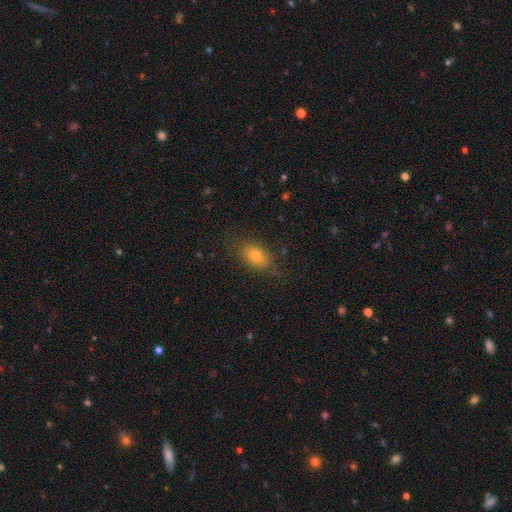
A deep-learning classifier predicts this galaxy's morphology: smooth 74%, featured or disk 14%, star or artifact 11%. Down the decision tree: how rounded — in between (78%); merging — none (77%).